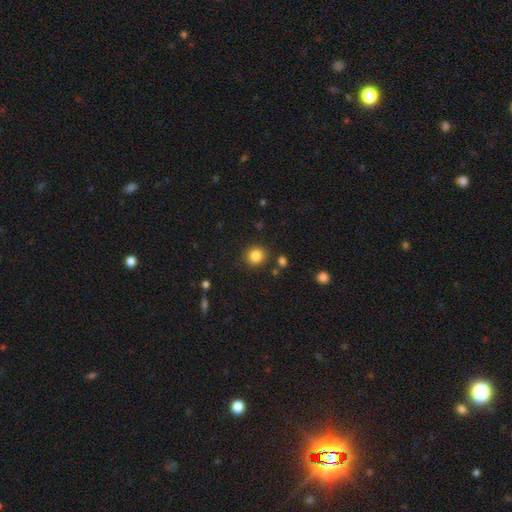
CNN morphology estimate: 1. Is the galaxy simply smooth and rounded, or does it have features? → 84% smooth, 11% star or artifact, 5% featured or disk.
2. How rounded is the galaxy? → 90% round, 9% in between, 1% cigar-shaped.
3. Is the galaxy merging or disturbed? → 88% none, 7% minor disturbance, 3% merger, 3% major disturbance.